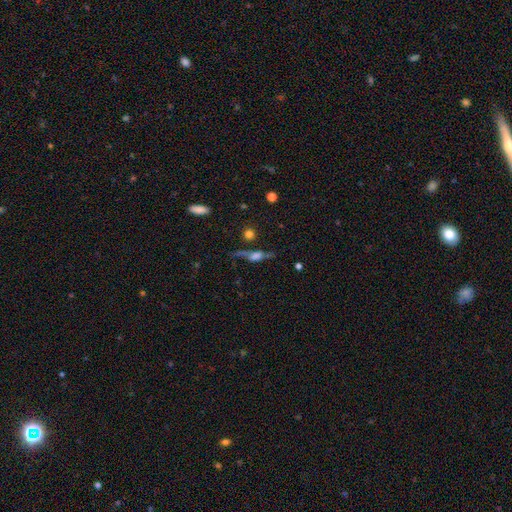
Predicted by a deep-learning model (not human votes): Smooth or featured: featured or disk — 50% (smooth — 35%)
Merging: none — 50% (major disturbance — 21%)